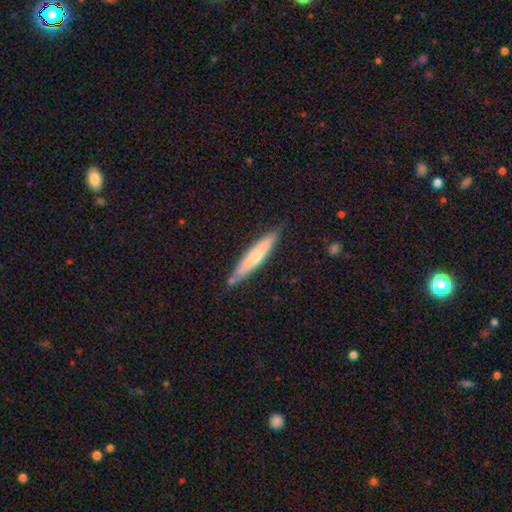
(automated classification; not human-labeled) Smooth or featured? smooth (60%)
How rounded? cigar-shaped (91%)
Merging? none (78%)